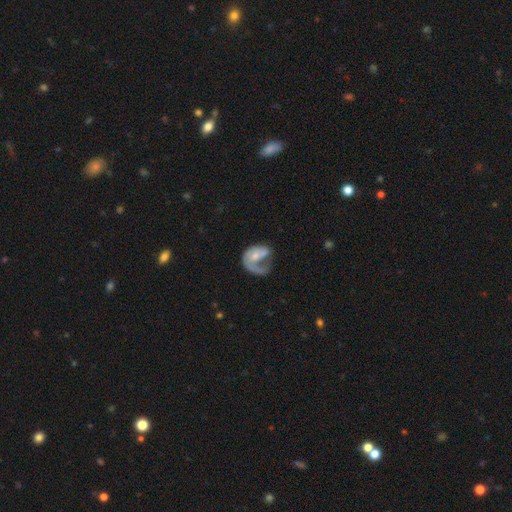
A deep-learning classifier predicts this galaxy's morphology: Smooth or featured? Predicted: featured or disk (p=0.64). Edge-on disk? Predicted: no (p=0.98). Bar? Predicted: no (p=0.69). Spiral arms? Predicted: yes (p=0.73). Bulge size? Predicted: small (p=0.49). Merging? Predicted: major disturbance (p=0.49).